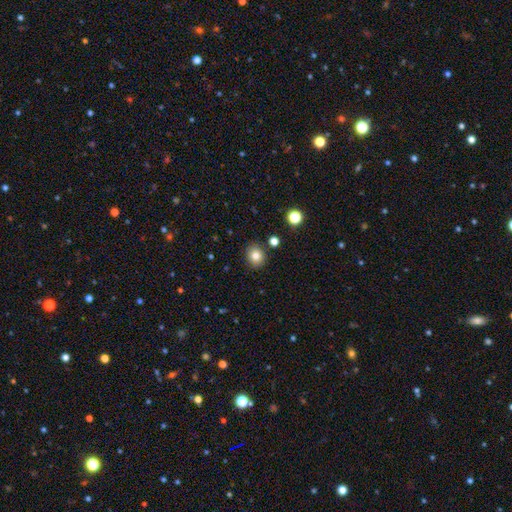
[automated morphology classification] This is clearly a smooth galaxy (80%). How rounded: likely round (72%). Merging: clearly none (87%).